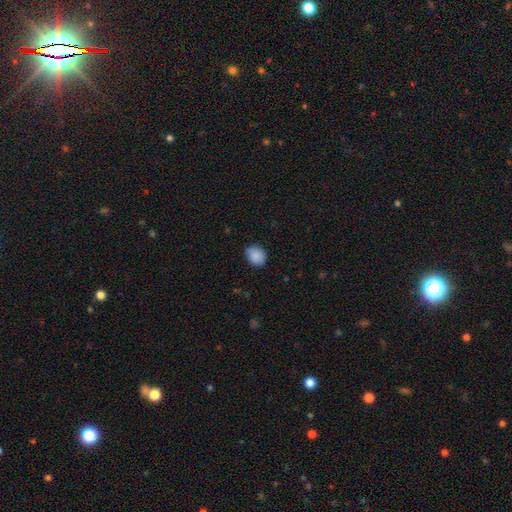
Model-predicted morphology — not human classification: Smooth or featured? smooth (89%)
How rounded? in between (50%)
Merging? none (78%)